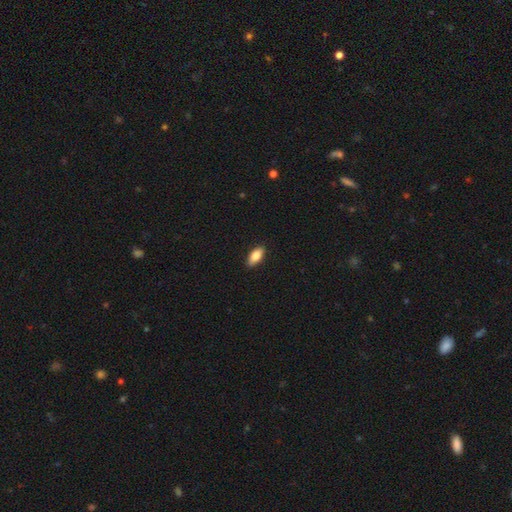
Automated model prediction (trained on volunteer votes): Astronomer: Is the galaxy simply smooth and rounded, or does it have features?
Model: smooth — 80%.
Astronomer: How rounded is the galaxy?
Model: in between — 85%.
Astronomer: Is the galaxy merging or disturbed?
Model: none — 88%.